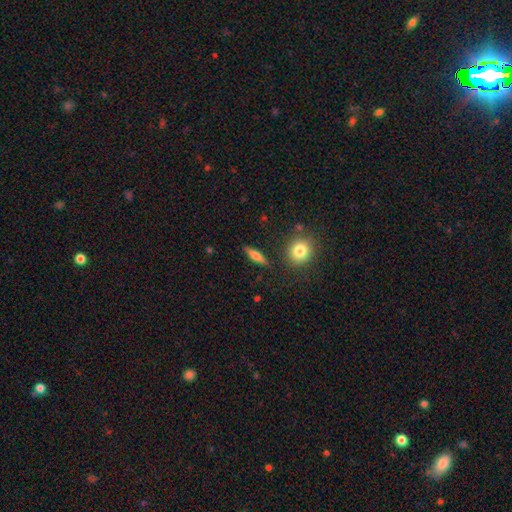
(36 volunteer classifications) Smooth or featured?
  - smooth: 69% *
  - featured or disk: 31%
  - star or artifact: 0%
How rounded?
  - cigar-shaped: 68% *
  - in between: 20%
  - round: 12%
Merging?
  - none: 75% *
  - minor disturbance: 11%
  - major disturbance: 8%
  - merger: 6%